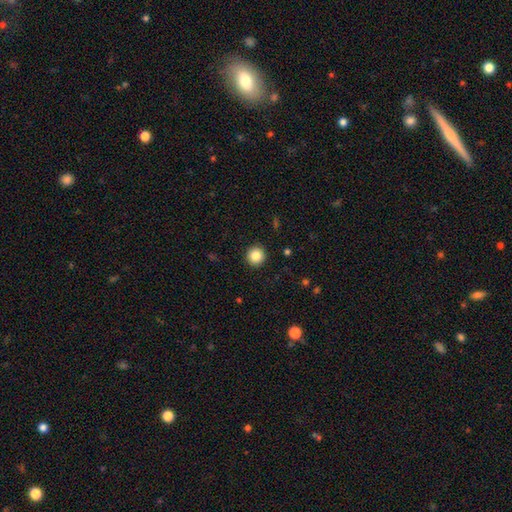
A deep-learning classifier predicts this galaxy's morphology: Smooth or featured? smooth (85%)
How rounded? round (95%)
Merging? none (93%)